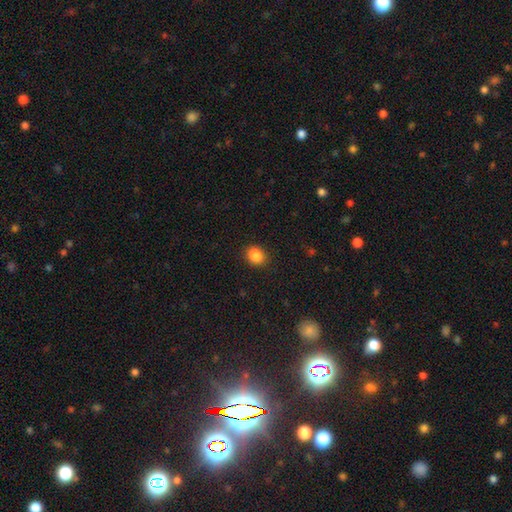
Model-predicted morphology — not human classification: Smooth or featured? smooth (87%)
How rounded? round (51%)
Merging? none (86%)